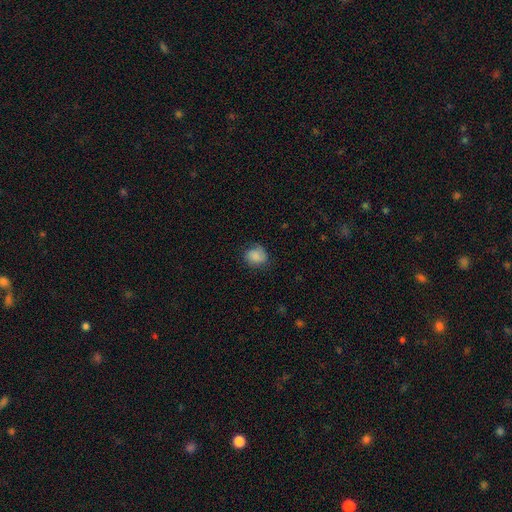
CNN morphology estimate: The model was most divided on "how rounded": round: 69%, in between: 30%, cigar-shaped: 1%. More confident: smooth or featured — smooth (78%); merging — none (70%).